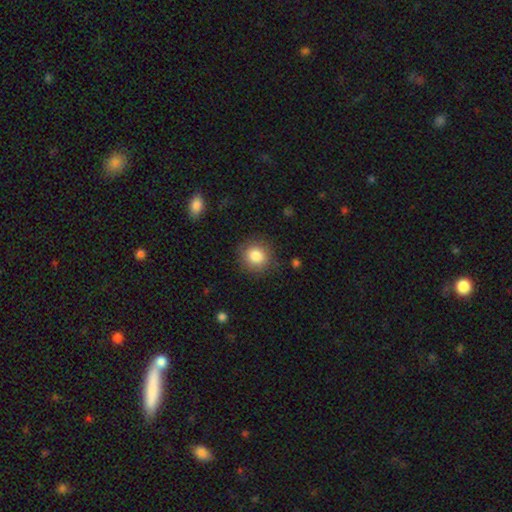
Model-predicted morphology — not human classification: Smooth or featured?
  - smooth: 84% *
  - star or artifact: 9%
  - featured or disk: 7%
How rounded?
  - round: 88% *
  - in between: 11%
  - cigar-shaped: 1%
Merging?
  - none: 86% *
  - minor disturbance: 9%
  - major disturbance: 3%
  - merger: 1%